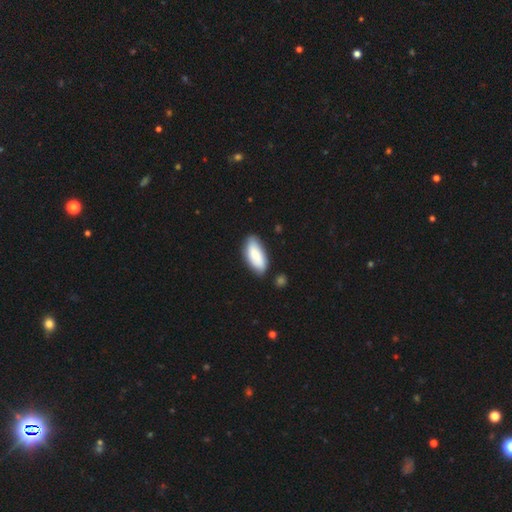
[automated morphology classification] Q: Smooth or featured?
A: smooth (77%); runner-up: featured or disk (17%)
Q: How rounded?
A: in between (86%); runner-up: cigar-shaped (12%)
Q: Merging?
A: none (76%); runner-up: minor disturbance (18%)